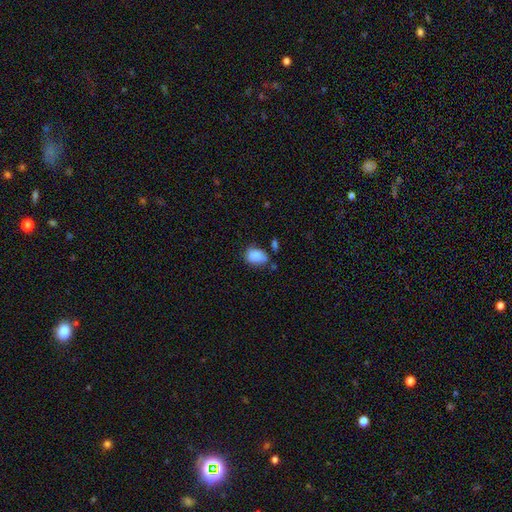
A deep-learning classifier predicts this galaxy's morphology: The model was most divided on "merging": none: 56%, minor disturbance: 28%, merger: 9%, major disturbance: 7%. More confident: smooth or featured — smooth (87%); how rounded — in between (80%).